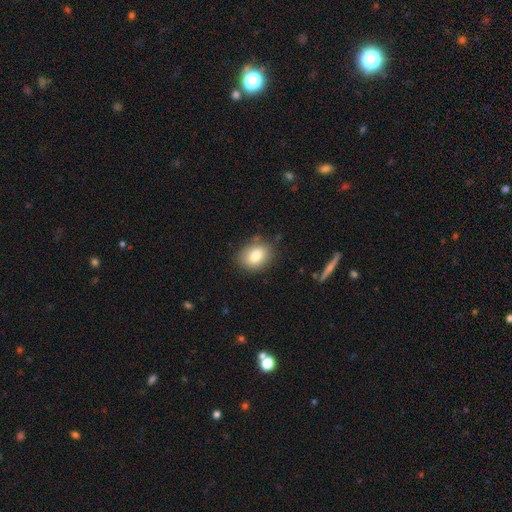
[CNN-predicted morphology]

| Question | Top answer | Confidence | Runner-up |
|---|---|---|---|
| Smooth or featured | smooth | 80% | featured or disk (11%) |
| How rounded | in between | 56% | round (43%) |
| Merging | none | 82% | minor disturbance (13%) |